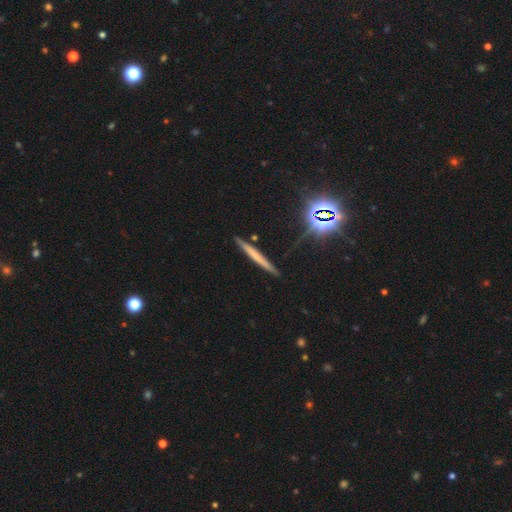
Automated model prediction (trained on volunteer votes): Smooth or featured: smooth — 48% (featured or disk — 38%)
Merging: none — 88% (minor disturbance — 8%)